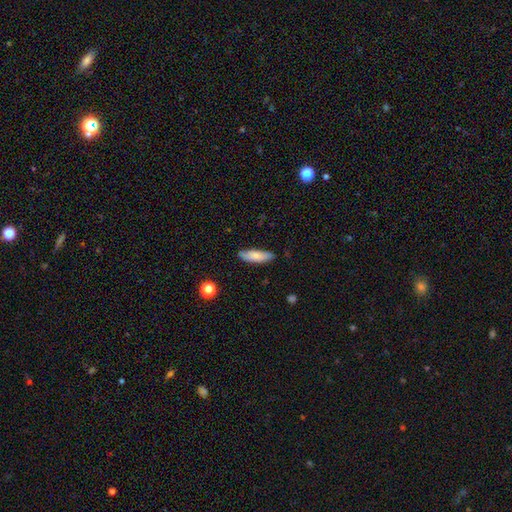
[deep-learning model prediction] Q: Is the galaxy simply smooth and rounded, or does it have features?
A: smooth — 79%.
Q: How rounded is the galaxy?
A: in between — 51%.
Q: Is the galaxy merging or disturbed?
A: none — 82%.